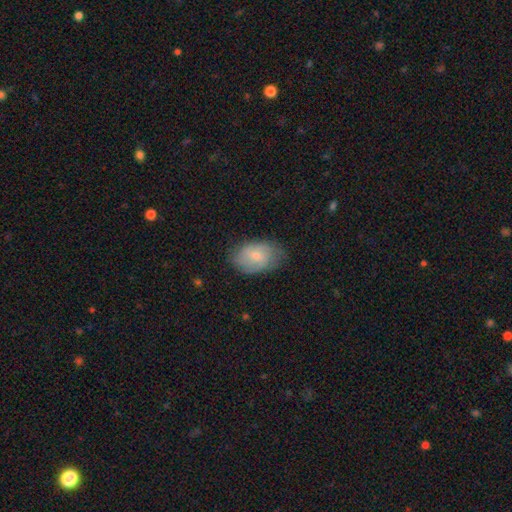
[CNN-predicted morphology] This appears to be a smooth galaxy with no disk features (61%) that is in between round and cigar-shaped (88%). Merging: none (69%).